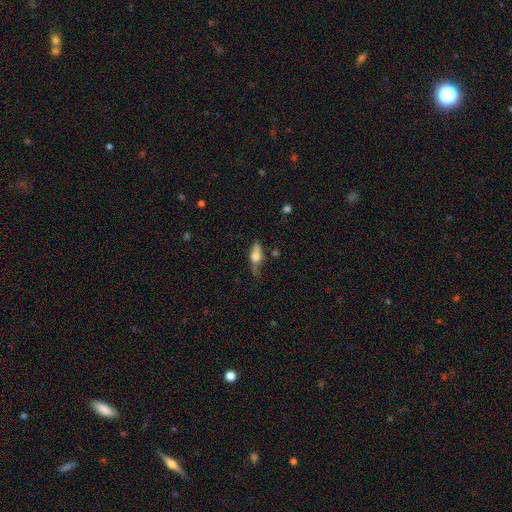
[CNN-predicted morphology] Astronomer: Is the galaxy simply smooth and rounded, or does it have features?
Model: smooth — 58% (runner-up: featured or disk, 34%).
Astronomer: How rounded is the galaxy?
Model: in between — 58% (runner-up: cigar-shaped, 36%).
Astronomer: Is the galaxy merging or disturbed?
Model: none — 48% (runner-up: minor disturbance, 32%).